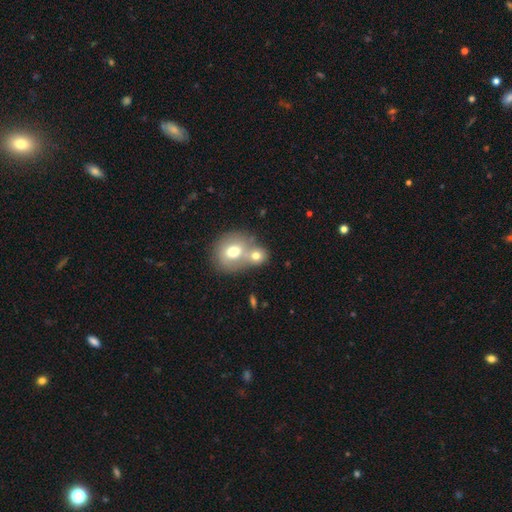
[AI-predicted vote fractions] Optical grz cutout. It shows a smooth galaxy with no disk features (70%) that is round (72%). Merging: merger (63%).